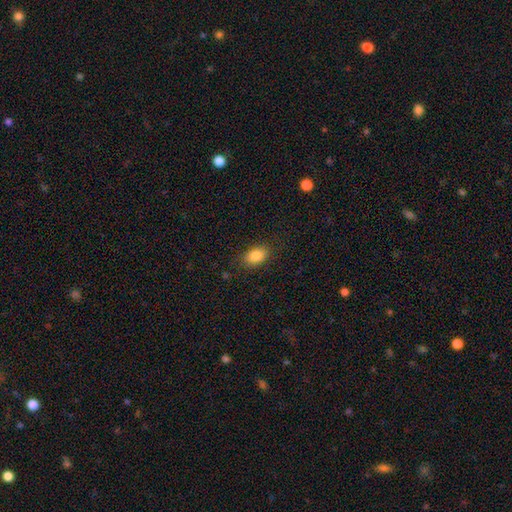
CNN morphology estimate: smooth 85%, star or artifact 8%, featured or disk 6%. Down the decision tree: how rounded — in between (85%); merging — none (84%).